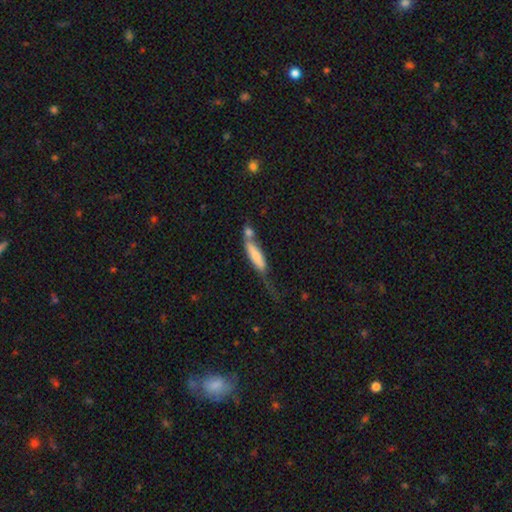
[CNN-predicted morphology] Smooth or featured? Predicted: smooth (p=0.63). How rounded? Predicted: cigar-shaped (p=0.68). Merging? Predicted: merger (p=0.38).